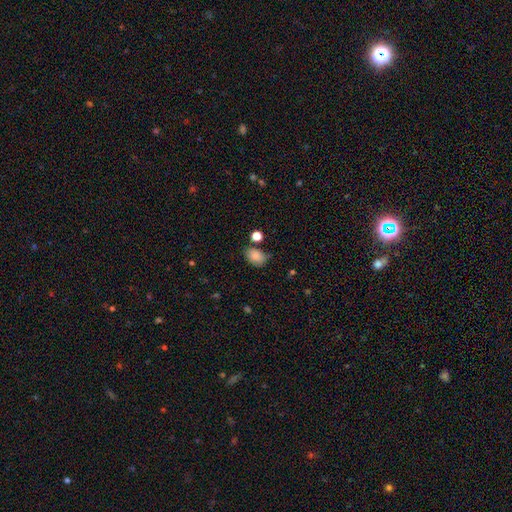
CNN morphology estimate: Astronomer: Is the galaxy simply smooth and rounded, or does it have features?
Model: smooth — 85%.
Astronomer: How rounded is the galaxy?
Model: in between — 77%.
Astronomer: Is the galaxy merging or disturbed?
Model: none — 69%.